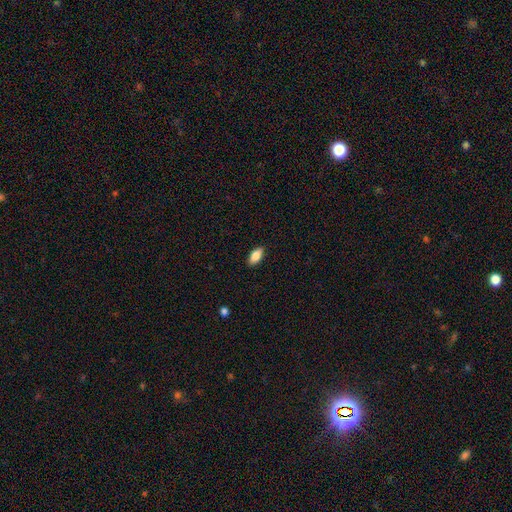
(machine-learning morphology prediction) This appears to be a smooth galaxy with no disk features (83%) that is in between round and cigar-shaped (88%). Merging: none (89%).